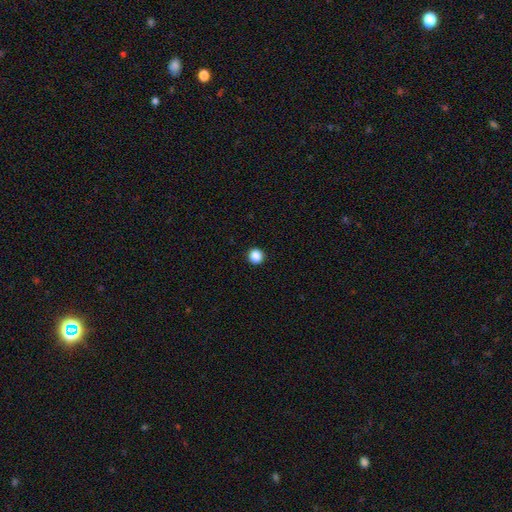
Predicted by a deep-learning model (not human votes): Morphology: type=smooth (87%); roundness=round (95%); merging=none (94%).